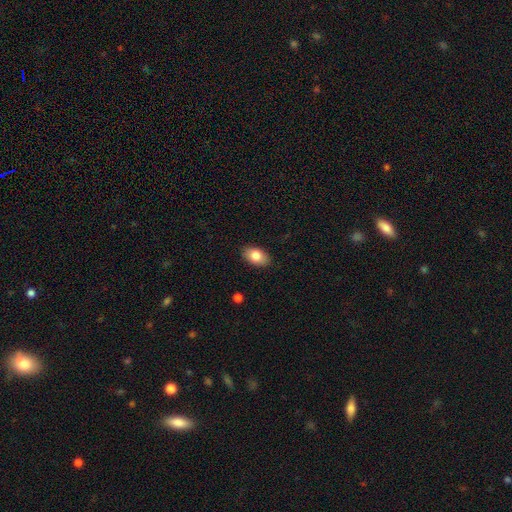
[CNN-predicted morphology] type=smooth (83%); roundness=in between (90%); merging=none (88%).